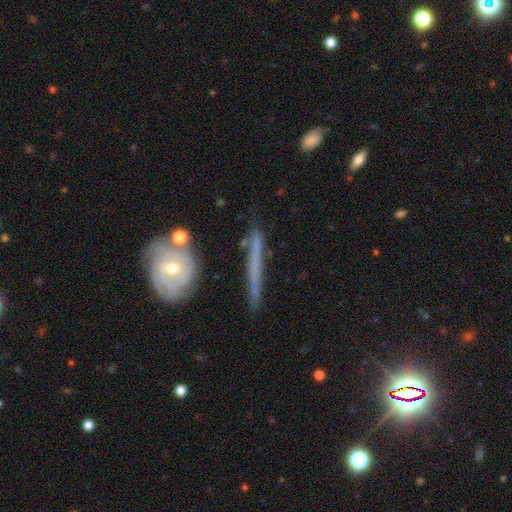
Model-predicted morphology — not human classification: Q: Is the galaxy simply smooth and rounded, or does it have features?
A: featured or disk — 55%.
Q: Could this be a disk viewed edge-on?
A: yes — 79%.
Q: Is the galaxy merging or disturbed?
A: none — 76%.